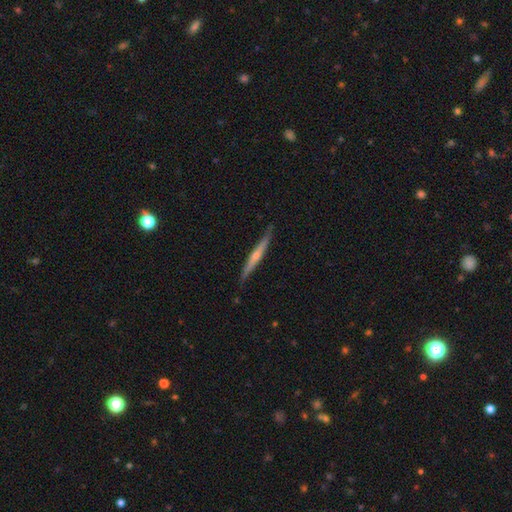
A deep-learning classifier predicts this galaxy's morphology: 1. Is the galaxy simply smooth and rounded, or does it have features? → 65% featured or disk, 29% smooth, 6% star or artifact.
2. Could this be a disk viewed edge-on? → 97% yes, 3% no.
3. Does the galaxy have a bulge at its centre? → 65% rounded, 30% none, 5% boxy.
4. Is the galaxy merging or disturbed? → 86% none, 11% minor disturbance, 2% major disturbance, 1% merger.